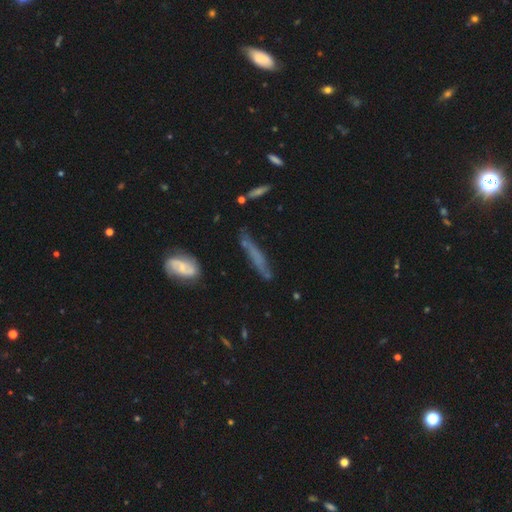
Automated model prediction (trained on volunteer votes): Morphology: type=smooth (45%); merging=none (69%).